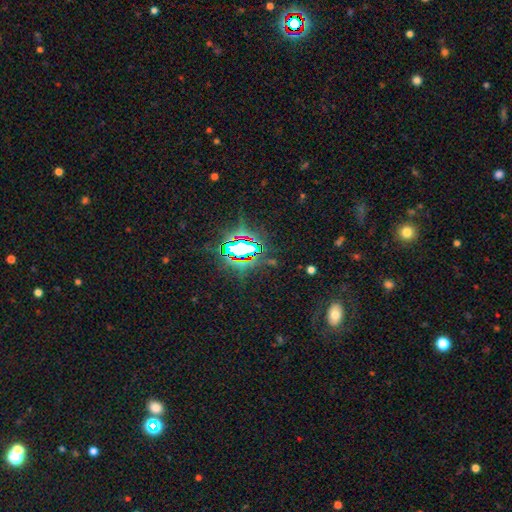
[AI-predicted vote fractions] Smooth or featured? star or artifact (80%)